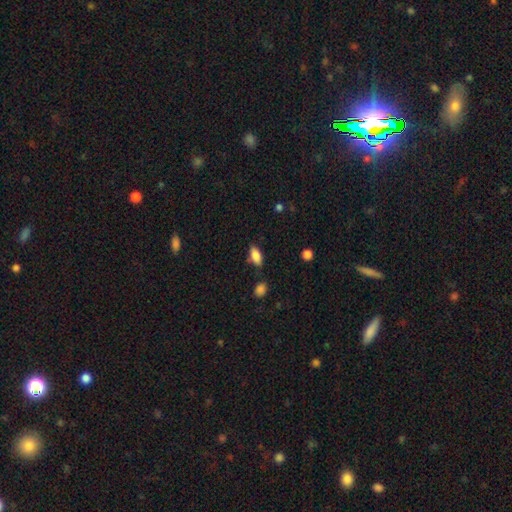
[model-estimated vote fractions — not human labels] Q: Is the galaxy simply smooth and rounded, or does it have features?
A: smooth — 83%.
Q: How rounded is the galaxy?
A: in between — 87%.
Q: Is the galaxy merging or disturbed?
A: none — 78%.